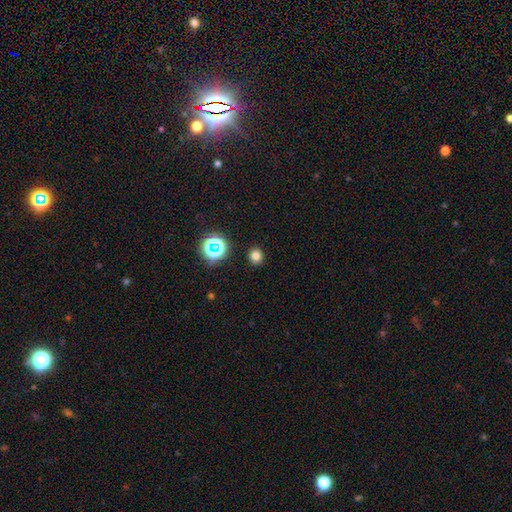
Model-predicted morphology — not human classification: Smooth or featured? Predicted: smooth (p=0.76). How rounded? Predicted: round (p=0.83). Merging? Predicted: none (p=0.90).